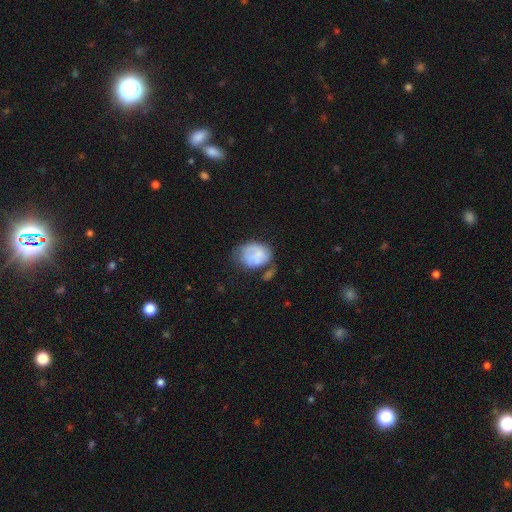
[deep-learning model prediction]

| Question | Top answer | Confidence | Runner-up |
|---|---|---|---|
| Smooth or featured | smooth | 67% | featured or disk (25%) |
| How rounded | in between | 55% | round (44%) |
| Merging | none | 32% | minor disturbance (31%) |